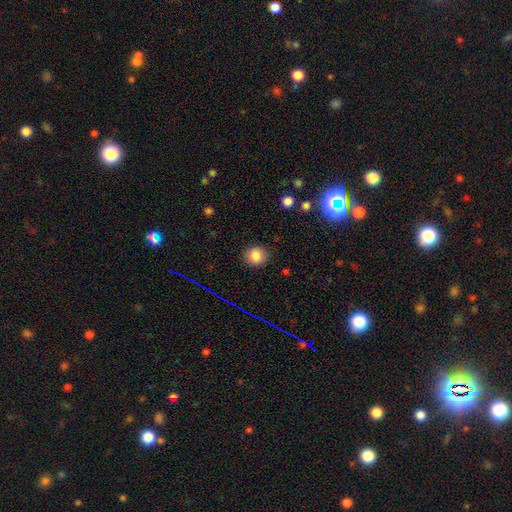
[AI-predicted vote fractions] This appears to be a smooth galaxy with no disk features (83%) that is round (83%). Merging: none (88%).